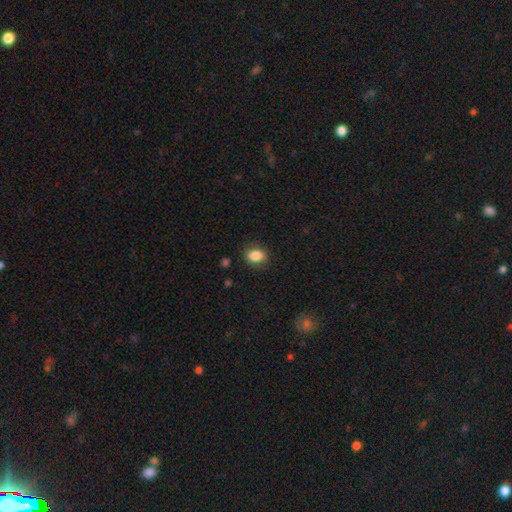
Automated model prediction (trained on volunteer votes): smooth 85%, star or artifact 9%, featured or disk 6%. Down the decision tree: how rounded — in between (60%); merging — none (84%).